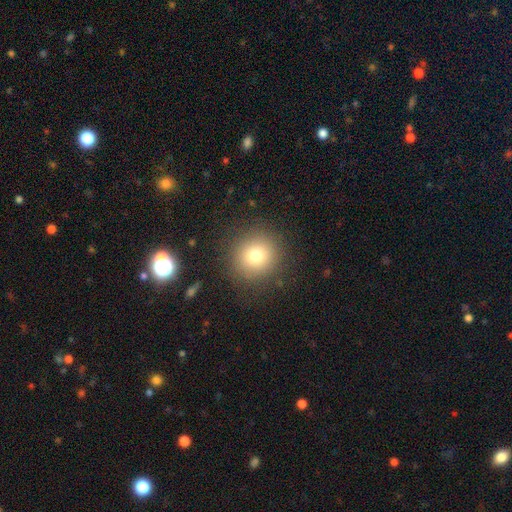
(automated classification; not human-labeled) Q: Smooth or featured?
A: smooth (76%); runner-up: star or artifact (14%)
Q: How rounded?
A: round (92%); runner-up: in between (7%)
Q: Merging?
A: none (88%); runner-up: minor disturbance (7%)